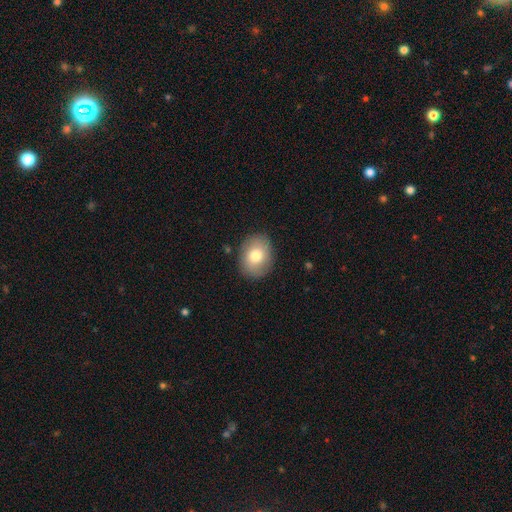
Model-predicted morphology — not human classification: Smooth or featured?
  - smooth: 77% *
  - featured or disk: 15%
  - star or artifact: 8%
How rounded?
  - in between: 55% *
  - round: 44%
  - cigar-shaped: 1%
Merging?
  - none: 86% *
  - minor disturbance: 10%
  - major disturbance: 3%
  - merger: 1%